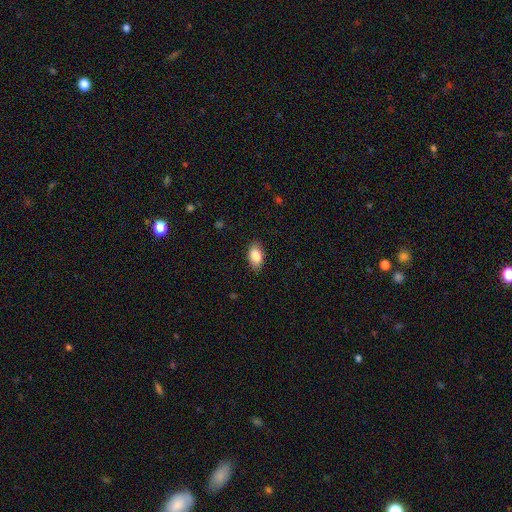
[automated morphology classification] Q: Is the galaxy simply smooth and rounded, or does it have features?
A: smooth — 86%.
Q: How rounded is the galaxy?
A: in between — 92%.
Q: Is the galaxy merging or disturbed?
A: none — 85%.